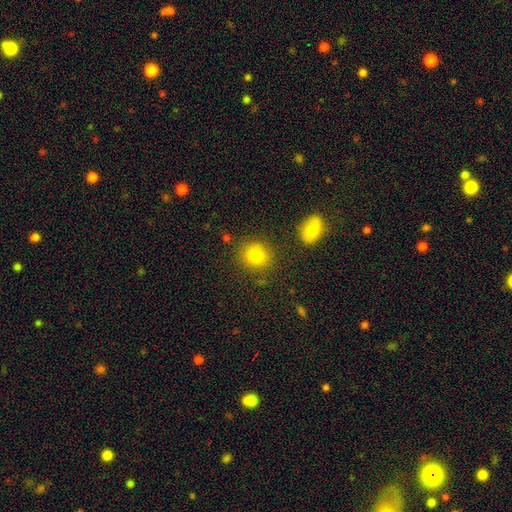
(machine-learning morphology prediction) smooth-or-featured: smooth: 82% | star or artifact: 11% | featured or disk: 7%
  how-rounded: round: 85% | in between: 14% | cigar-shaped: 1%
  merging: none: 84% | minor disturbance: 8% | merger: 4% | major disturbance: 3%